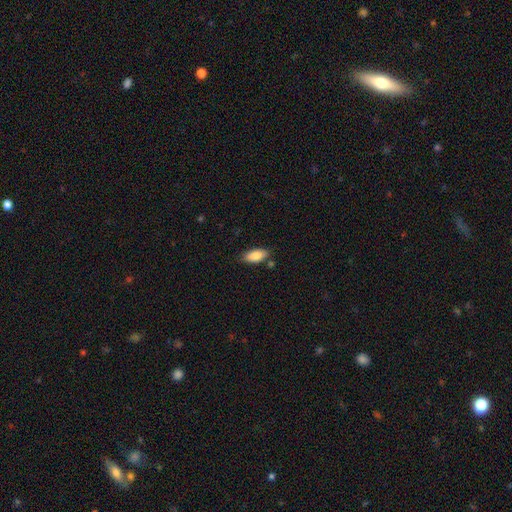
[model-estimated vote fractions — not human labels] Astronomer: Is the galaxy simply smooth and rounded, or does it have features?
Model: smooth — 85%.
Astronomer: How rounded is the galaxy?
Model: in between — 87%.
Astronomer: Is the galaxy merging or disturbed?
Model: none — 77%.